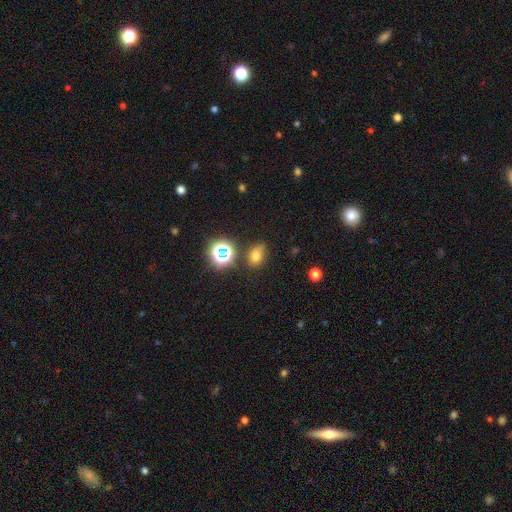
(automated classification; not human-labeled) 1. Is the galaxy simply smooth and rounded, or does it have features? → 66% smooth, 23% star or artifact, 11% featured or disk.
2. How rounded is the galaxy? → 69% in between, 29% round, 2% cigar-shaped.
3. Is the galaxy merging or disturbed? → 73% none, 18% minor disturbance, 5% merger, 5% major disturbance.